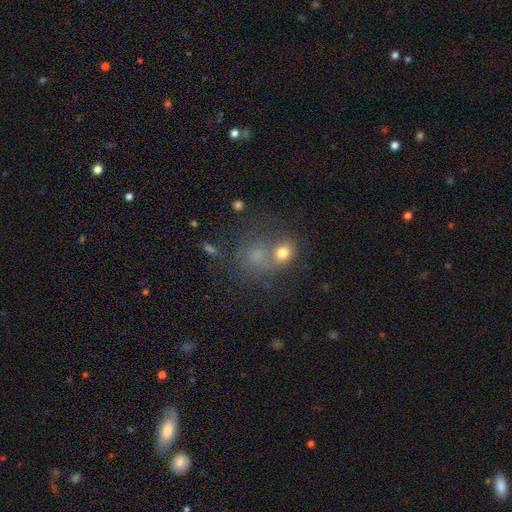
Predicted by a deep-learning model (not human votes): A smooth galaxy with no disk features (64%) that is round (71%).

Vote fractions:
- Smooth or featured? smooth: 64% / star or artifact: 20% / featured or disk: 17%
- How rounded? round: 71% / in between: 28% / cigar-shaped: 1%
- Merging? merger: 41% / none: 39% / minor disturbance: 12% / major disturbance: 8%